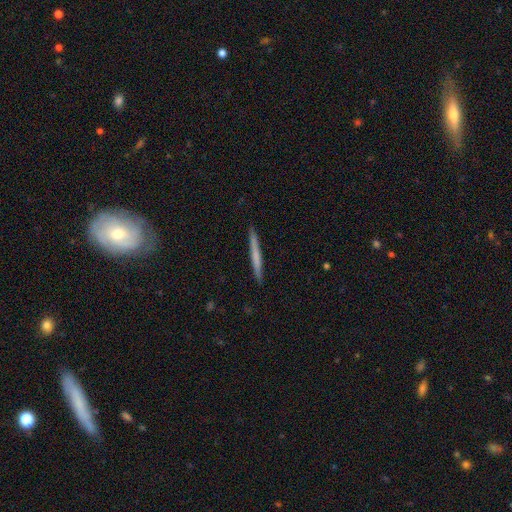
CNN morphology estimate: Smooth or featured? Predicted: smooth (p=0.58). How rounded? Predicted: cigar-shaped (p=0.97). Merging? Predicted: none (p=0.92).